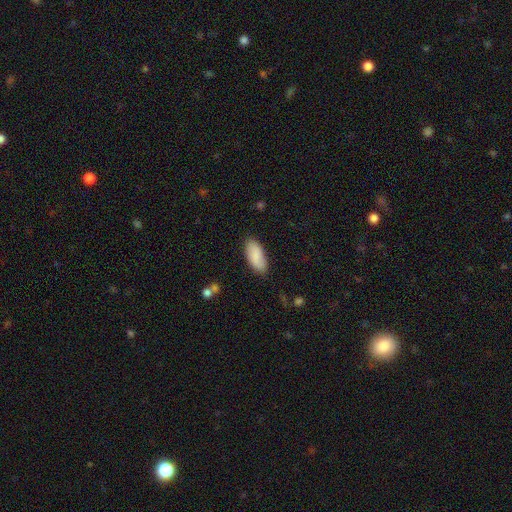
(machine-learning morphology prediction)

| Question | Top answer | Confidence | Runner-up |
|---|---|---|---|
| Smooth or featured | smooth | 84% | featured or disk (11%) |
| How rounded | in between | 89% | cigar-shaped (9%) |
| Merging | none | 83% | minor disturbance (13%) |